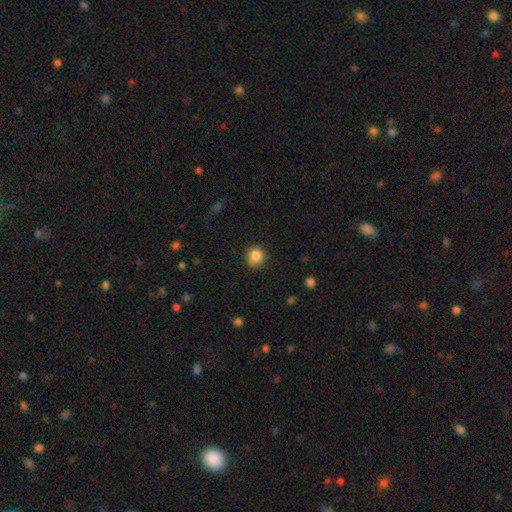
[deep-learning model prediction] smooth-or-featured: smooth: 85% | star or artifact: 10% | featured or disk: 5%
  how-rounded: round: 86% | in between: 13% | cigar-shaped: 1%
  merging: none: 72% | minor disturbance: 21% | major disturbance: 4% | merger: 3%